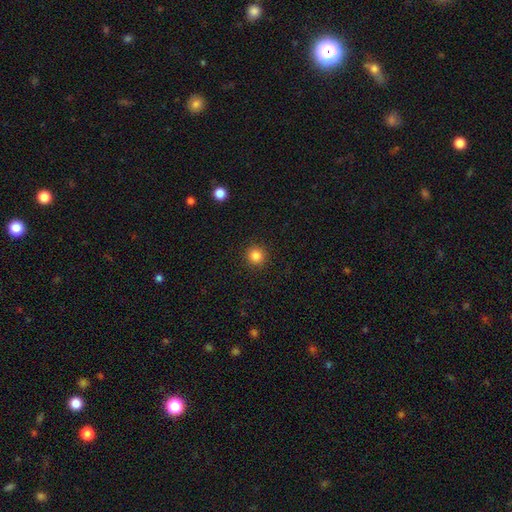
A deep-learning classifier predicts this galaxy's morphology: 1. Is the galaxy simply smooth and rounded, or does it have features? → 85% smooth, 11% star or artifact, 4% featured or disk.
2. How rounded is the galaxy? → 94% round, 5% in between, 1% cigar-shaped.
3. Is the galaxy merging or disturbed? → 92% none, 5% minor disturbance, 2% major disturbance, 1% merger.